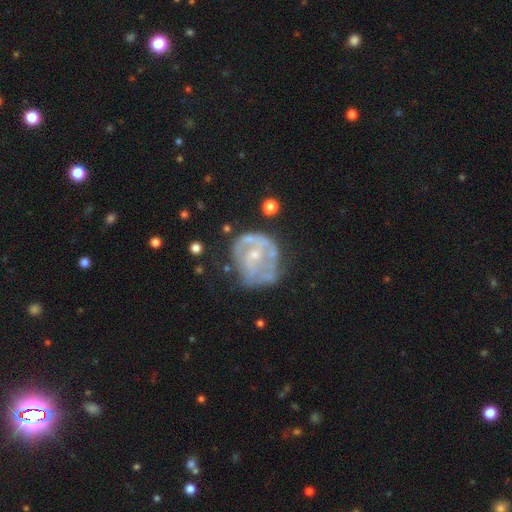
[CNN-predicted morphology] smooth-or-featured: featured or disk: 73% | smooth: 20% | star or artifact: 7%
  disk-edge-on: no: 98% | yes: 2%
    bar: no: 71% | weak: 24% | strong: 5%
    has-spiral-arms: yes: 52% | no: 48%
    bulge-size: small: 61% | moderate: 31% | none: 5% | large: 1% | dominant: 1%
  merging: none: 48% | minor disturbance: 26% | major disturbance: 22% | merger: 5%